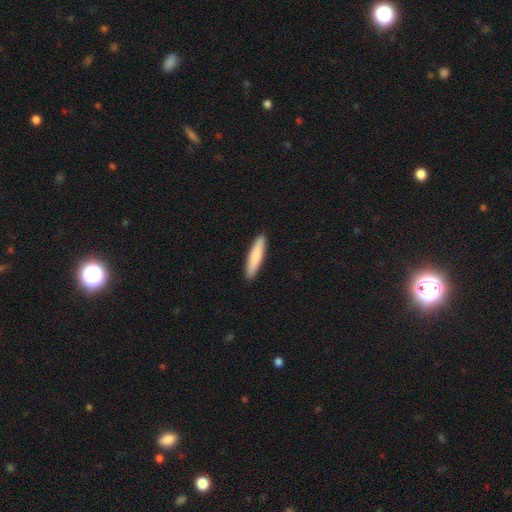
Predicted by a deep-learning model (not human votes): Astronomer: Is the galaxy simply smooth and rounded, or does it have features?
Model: smooth — 82%.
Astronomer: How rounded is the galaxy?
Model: cigar-shaped — 85%.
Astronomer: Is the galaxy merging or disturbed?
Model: none — 92%.